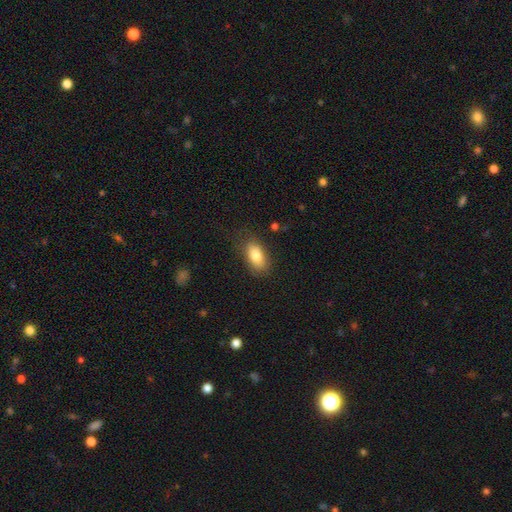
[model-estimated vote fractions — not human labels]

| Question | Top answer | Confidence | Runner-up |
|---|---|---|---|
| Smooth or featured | smooth | 82% | featured or disk (11%) |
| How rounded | in between | 90% | round (5%) |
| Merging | none | 78% | minor disturbance (16%) |